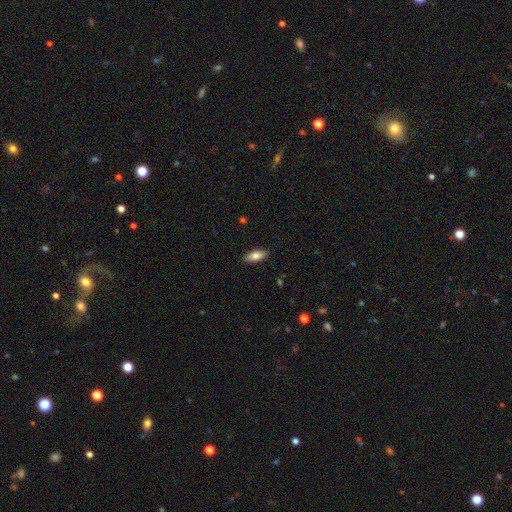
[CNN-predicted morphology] smooth-or-featured: smooth: 79% | featured or disk: 15% | star or artifact: 6%
  how-rounded: in between: 81% | cigar-shaped: 17% | round: 2%
  merging: none: 89% | minor disturbance: 9% | major disturbance: 2% | merger: 1%